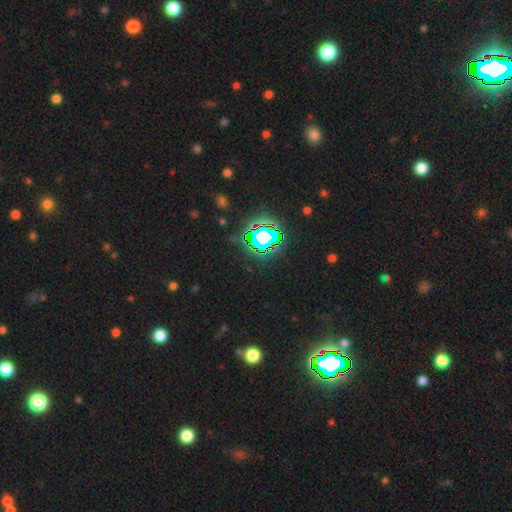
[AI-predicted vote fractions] smooth_or_featured: star or artifact (p=0.82) [alt: smooth p=0.11]